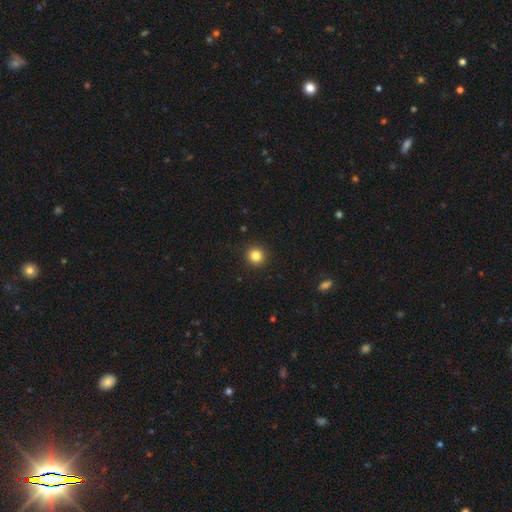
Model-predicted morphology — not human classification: This is clearly a smooth galaxy (84%). How rounded: clearly round (94%). Merging: clearly none (93%).